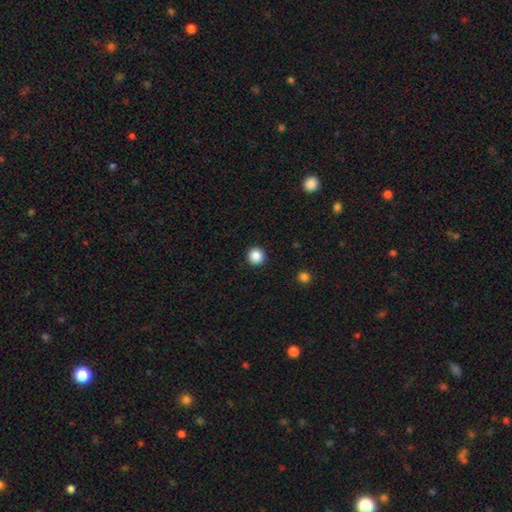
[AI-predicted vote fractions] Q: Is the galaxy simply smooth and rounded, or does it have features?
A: smooth — 87%.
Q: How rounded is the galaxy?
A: round — 96%.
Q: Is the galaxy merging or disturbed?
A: none — 94%.